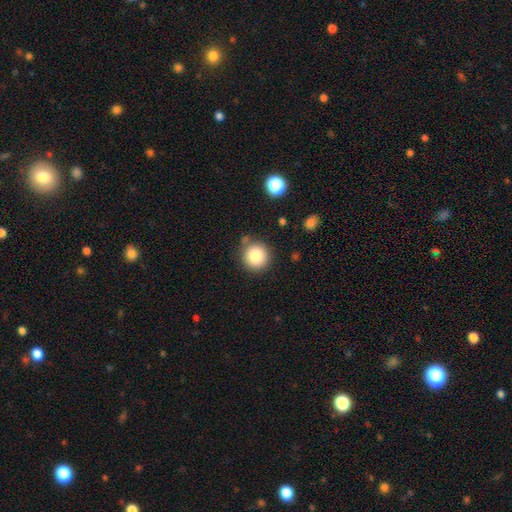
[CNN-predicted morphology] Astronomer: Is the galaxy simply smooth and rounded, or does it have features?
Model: smooth — 84%.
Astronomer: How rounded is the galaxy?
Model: round — 94%.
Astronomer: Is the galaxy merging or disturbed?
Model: none — 82%.